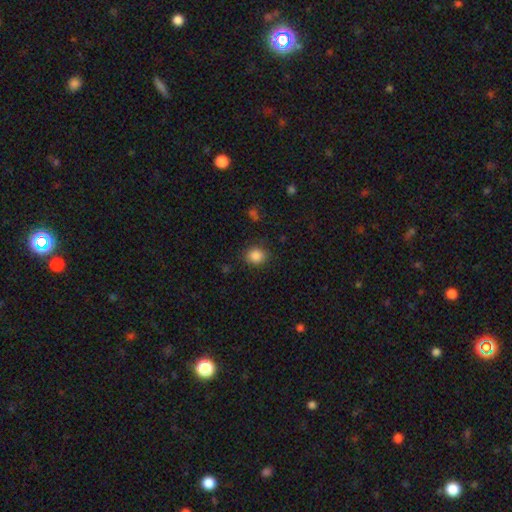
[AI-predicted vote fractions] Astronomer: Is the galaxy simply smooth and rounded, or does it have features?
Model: smooth — 86%.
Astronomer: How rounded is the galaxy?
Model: round — 75%.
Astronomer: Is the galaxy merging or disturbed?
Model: none — 86%.